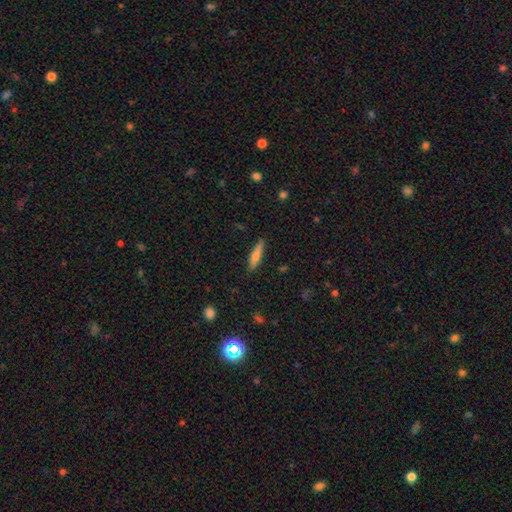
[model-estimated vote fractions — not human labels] Overall: smooth (65%; featured or disk 29%). How rounded: cigar-shaped (82%). Merging: none (87%).